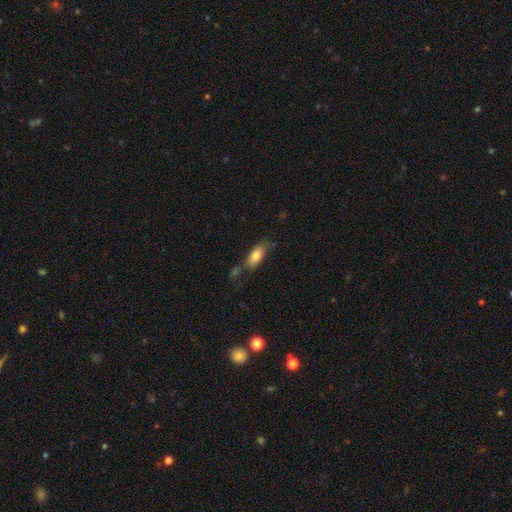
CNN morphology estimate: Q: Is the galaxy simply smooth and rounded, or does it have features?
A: smooth — 78%.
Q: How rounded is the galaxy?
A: in between — 80%.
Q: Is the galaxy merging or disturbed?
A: none — 55%.